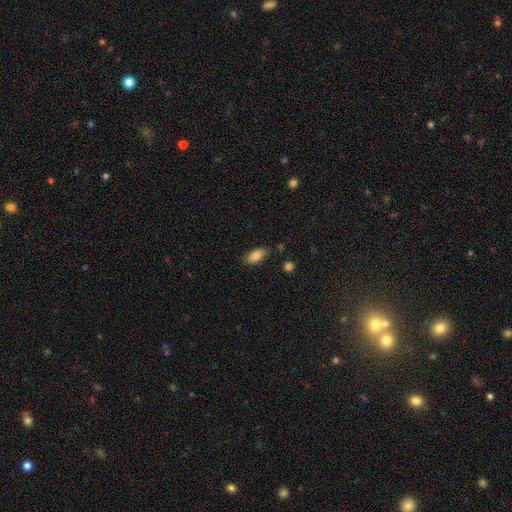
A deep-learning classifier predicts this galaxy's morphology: smooth-or-featured: smooth: 79% | featured or disk: 13% | star or artifact: 8%
  how-rounded: in between: 88% | cigar-shaped: 9% | round: 4%
  merging: none: 79% | minor disturbance: 16% | major disturbance: 3% | merger: 2%